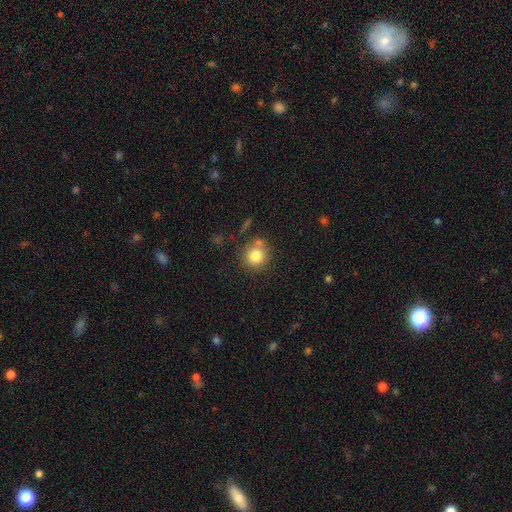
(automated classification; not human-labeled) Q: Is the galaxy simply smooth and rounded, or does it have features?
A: smooth — 81%.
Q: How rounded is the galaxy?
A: round — 88%.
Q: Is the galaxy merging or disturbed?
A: none — 69%.